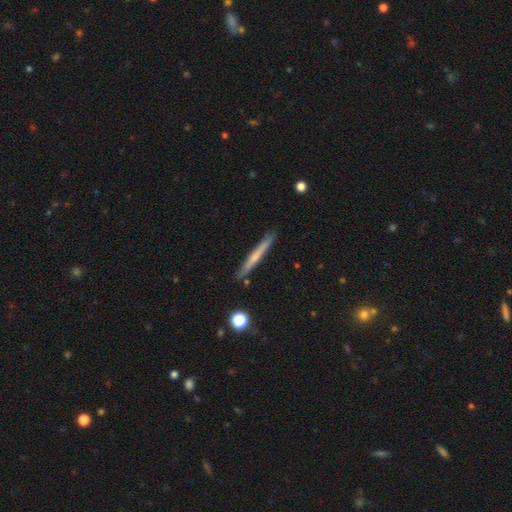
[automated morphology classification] Smooth or featured: smooth — 53% (featured or disk — 41%)
How rounded: cigar-shaped — 96% (in between — 2%)
Merging: none — 89% (minor disturbance — 8%)